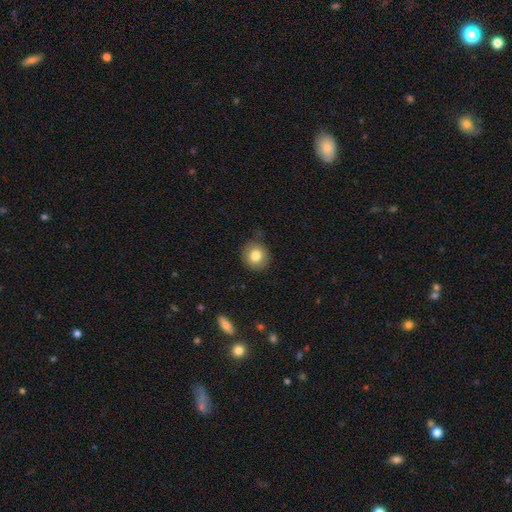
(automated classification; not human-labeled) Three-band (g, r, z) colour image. It shows a smooth galaxy with no disk features (80%) that is round (87%). Merging: none (80%).